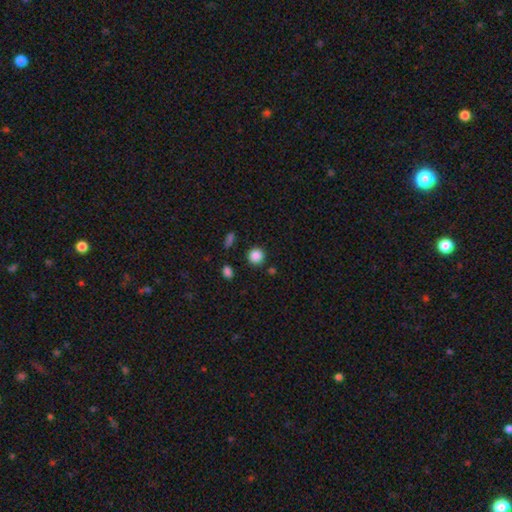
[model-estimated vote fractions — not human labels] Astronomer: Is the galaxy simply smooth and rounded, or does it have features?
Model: smooth — 87%.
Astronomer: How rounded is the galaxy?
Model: round — 91%.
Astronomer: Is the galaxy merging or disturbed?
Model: none — 86%.